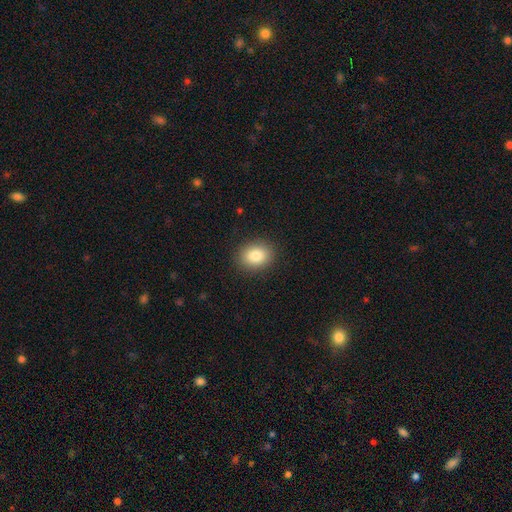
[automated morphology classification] The model was most divided on "how rounded": in between: 54%, round: 45%, cigar-shaped: 1%. More confident: merging — none (89%); smooth or featured — smooth (85%).